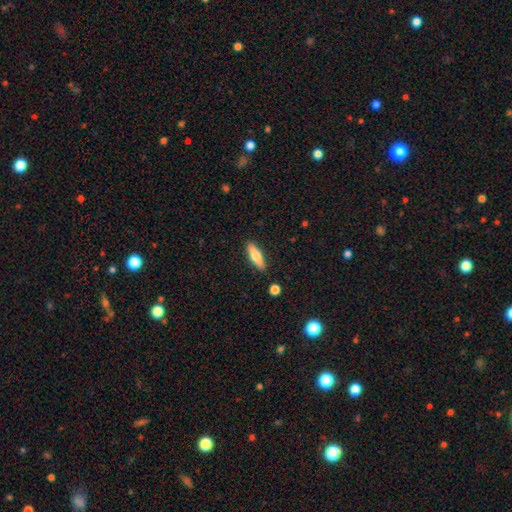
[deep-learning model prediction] A smooth galaxy with no disk features (67%) that is cigar-shaped (61%).

Vote fractions:
- Smooth or featured? smooth: 67% / featured or disk: 27% / star or artifact: 6%
- How rounded? cigar-shaped: 61% / in between: 37% / round: 2%
- Merging? none: 88% / minor disturbance: 8% / major disturbance: 2% / merger: 2%